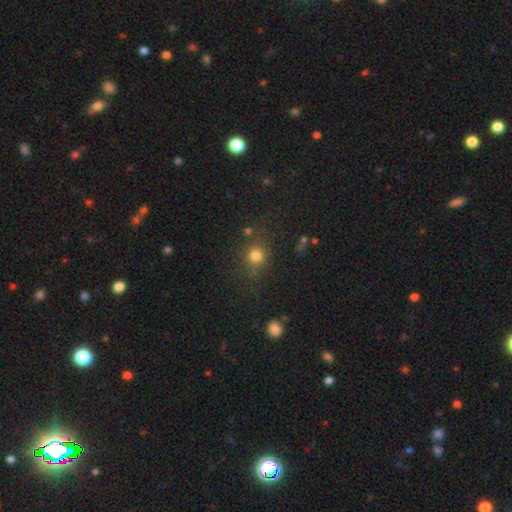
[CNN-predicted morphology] Smooth or featured: smooth — 77% (star or artifact — 16%)
How rounded: round — 85% (in between — 14%)
Merging: none — 78% (minor disturbance — 12%)